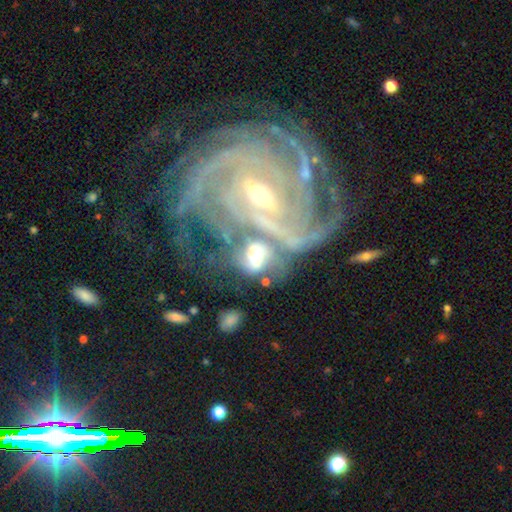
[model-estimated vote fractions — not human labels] Smooth or featured?
  - featured or disk: 67% *
  - smooth: 22%
  - star or artifact: 11%
Edge-on disk?
  - no: 94% *
  - yes: 6%
Bar?
  - no: 41% *
  - weak: 32%
  - strong: 27%
Spiral arms?
  - yes: 77% *
  - no: 23%
Bulge size?
  - moderate: 50% *
  - small: 24%
  - large: 17%
  - none: 6%
  - dominant: 4%
Merging?
  - merger: 60% *
  - none: 17%
  - major disturbance: 13%
  - minor disturbance: 10%